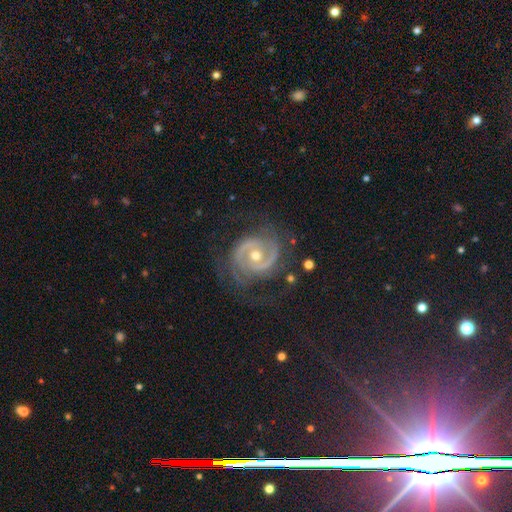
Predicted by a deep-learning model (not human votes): Overall: featured or disk (89%). Edge-on disk: no (98%). Bar: no (59%; weak 29%). Spiral arms: yes (95%). Spiral arm count: 2 (76%). Spiral winding: tight (51%; medium 38%). Bulge size: moderate (61%; small 36%). Merging: none (67%).